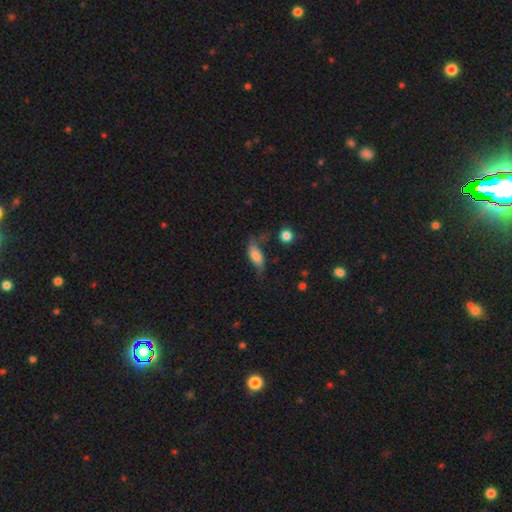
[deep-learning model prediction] smooth 62%, featured or disk 30%, star or artifact 9%. Down the decision tree: how rounded — in between (73%); merging — none (50%).